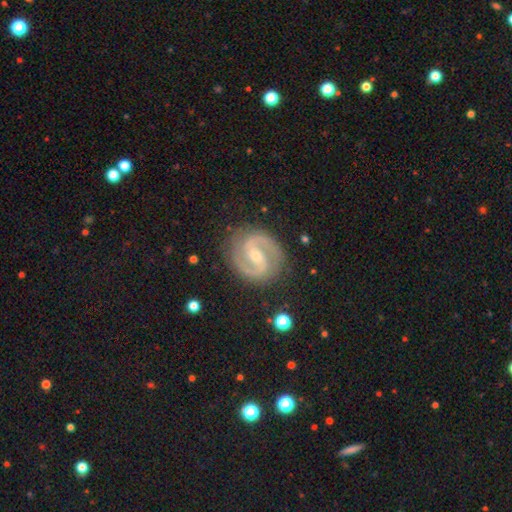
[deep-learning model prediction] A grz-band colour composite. It shows a featured or disk galaxy (92%) with a weak bar (47%), 2 (94%) medium (56%) spiral arms (98%) and a moderate central bulge (50%). Merging: none (86%).